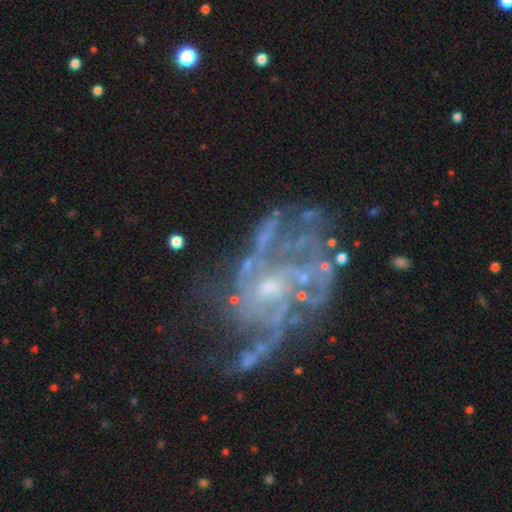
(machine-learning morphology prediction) smooth_or_featured: featured or disk (p=0.86) [alt: star or artifact p=0.09]
disk_edge_on: no (p=0.97) [alt: yes p=0.03]
bar: no (p=0.68) [alt: weak p=0.26]
has_spiral_arms: yes (p=0.84) [alt: no p=0.16]
spiral_winding: medium (p=0.42) [alt: tight p=0.29]
spiral_arm_count: can't tell (p=0.36) [alt: 2 p=0.20]
bulge_size: small (p=0.53) [alt: moderate p=0.32]
merging: none (p=0.41) [alt: major disturbance p=0.33]